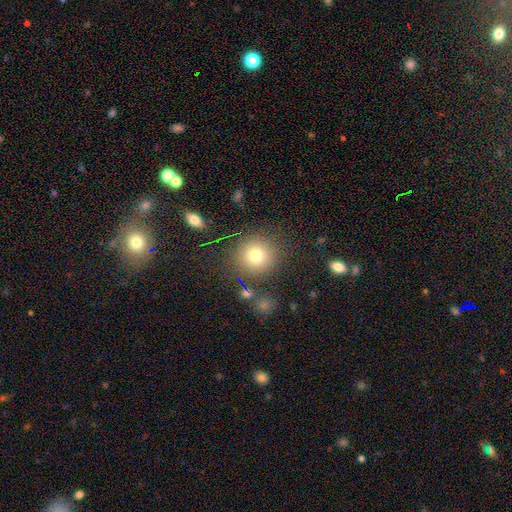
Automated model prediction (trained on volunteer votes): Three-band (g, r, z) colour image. It shows a smooth galaxy with no disk features (76%) that is round (92%). Merging: none (84%).